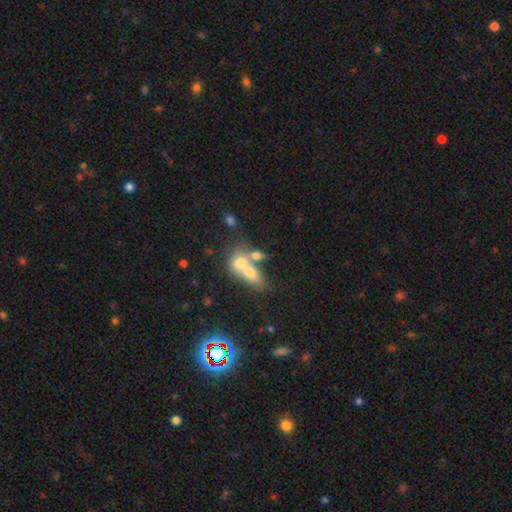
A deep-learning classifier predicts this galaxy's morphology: smooth 63%, featured or disk 26%, star or artifact 11%. Down the decision tree: how rounded — in between (66%); merging — merger (67%).